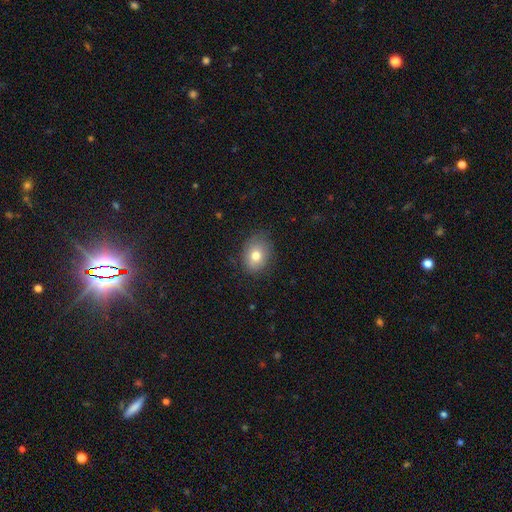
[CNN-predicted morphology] A smooth galaxy with no disk features (77%) that is in between round and cigar-shaped (60%). Merging: none (80%).